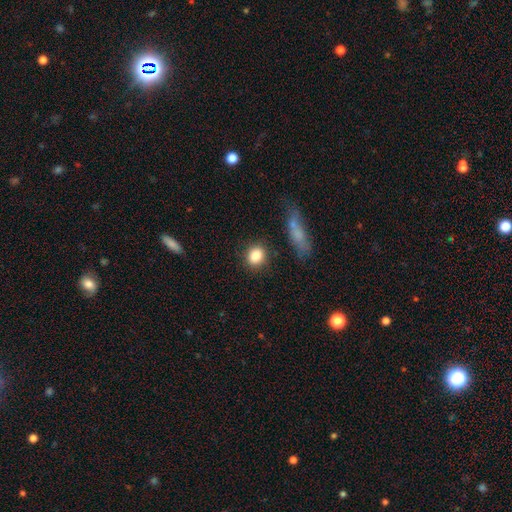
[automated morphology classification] A smooth galaxy with no disk features (86%) that is round (58%). Merging: none (82%).